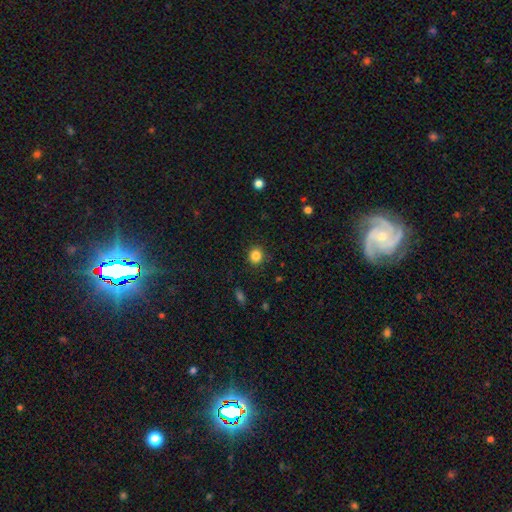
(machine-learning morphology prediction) Q: Smooth or featured?
A: smooth (85%); runner-up: star or artifact (11%)
Q: How rounded?
A: round (84%); runner-up: in between (15%)
Q: Merging?
A: none (87%); runner-up: minor disturbance (9%)